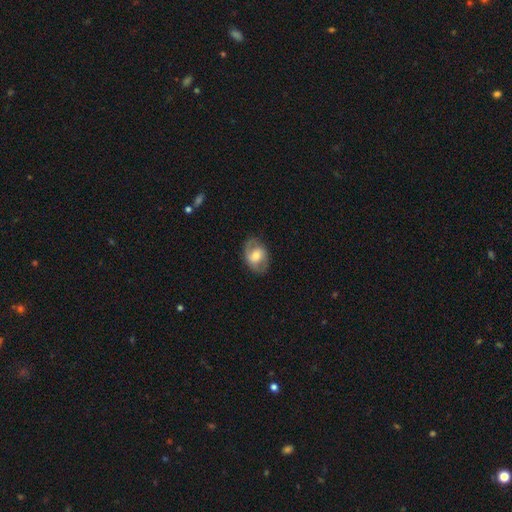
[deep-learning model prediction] Smooth or featured: featured or disk — 51% (smooth — 42%)
Edge-on disk: no — 95% (yes — 5%)
Merging: none — 78% (minor disturbance — 15%)